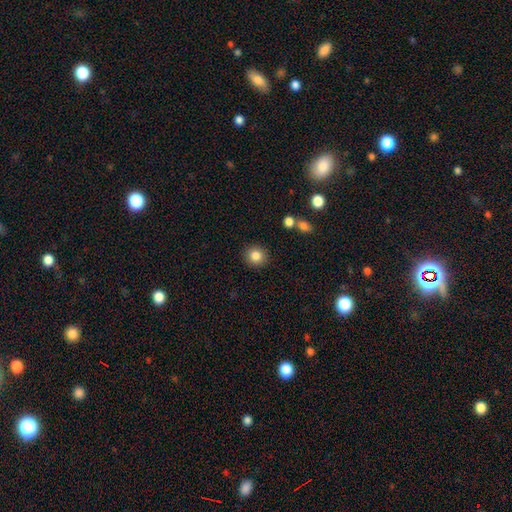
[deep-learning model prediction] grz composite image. It shows a smooth galaxy with no disk features (84%) that is round (88%). Merging: none (90%).